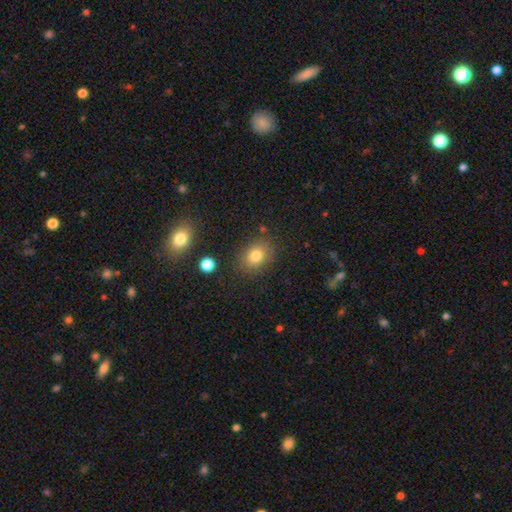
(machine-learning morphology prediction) The model was most divided on "how rounded": in between: 57%, round: 42%, cigar-shaped: 1%. More confident: merging — none (81%); smooth or featured — smooth (79%).